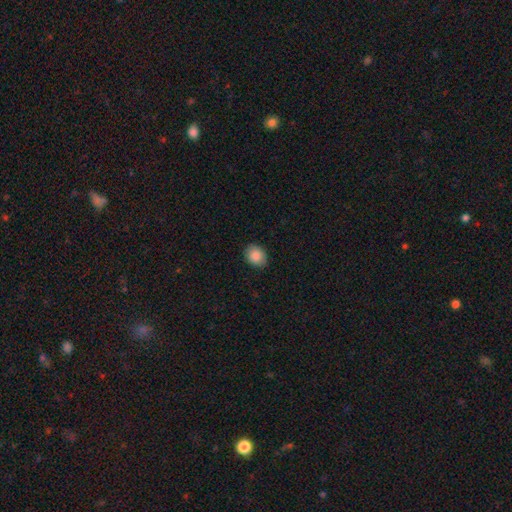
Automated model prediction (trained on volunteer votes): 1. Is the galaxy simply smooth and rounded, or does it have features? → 88% smooth, 8% star or artifact, 5% featured or disk.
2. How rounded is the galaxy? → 50% round, 49% in between, 1% cigar-shaped.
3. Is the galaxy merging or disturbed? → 84% none, 12% minor disturbance, 2% major disturbance, 1% merger.